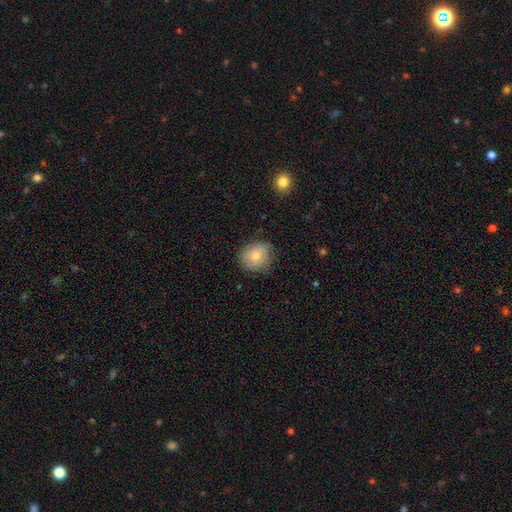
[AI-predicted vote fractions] The model was most divided on "merging": none: 72%, minor disturbance: 22%, major disturbance: 5%, merger: 1%. More confident: how rounded — round (76%); smooth or featured — smooth (75%).